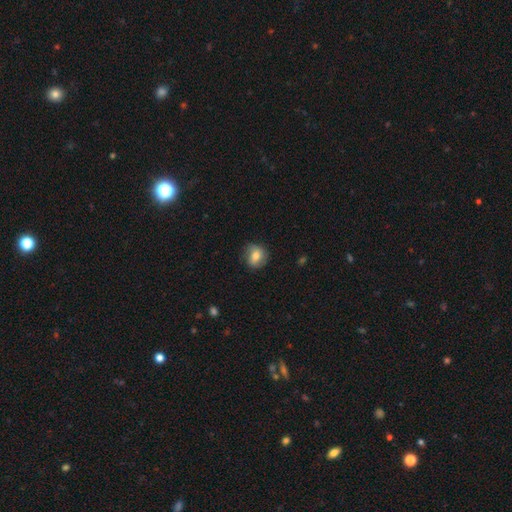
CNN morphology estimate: This is likely a smooth galaxy (68%). How rounded: likely round (71%). Merging: likely none (74%).